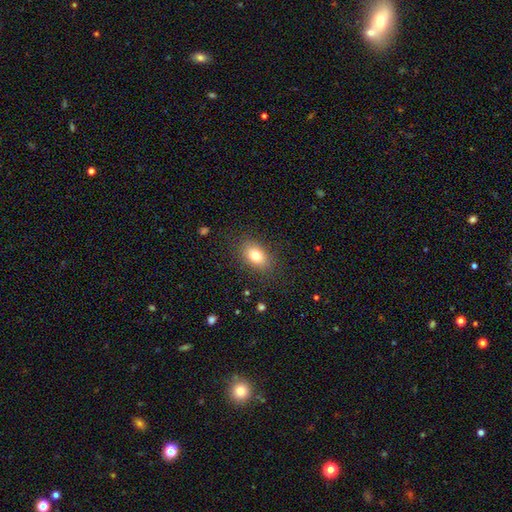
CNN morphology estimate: A smooth galaxy with no disk features (79%) that is in between round and cigar-shaped (82%). Merging: none (85%).